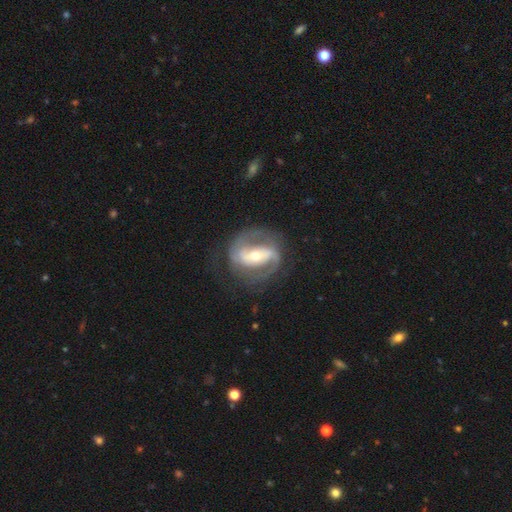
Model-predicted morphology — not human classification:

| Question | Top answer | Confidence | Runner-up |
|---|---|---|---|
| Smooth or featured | featured or disk | 87% | smooth (9%) |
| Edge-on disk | no | 97% | yes (3%) |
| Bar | strong | 48% | weak (30%) |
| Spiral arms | yes | 93% | no (7%) |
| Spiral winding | medium | 49% | tight (33%) |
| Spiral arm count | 2 | 86% | can't tell (5%) |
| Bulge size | moderate | 50% | small (43%) |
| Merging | none | 73% | minor disturbance (15%) |